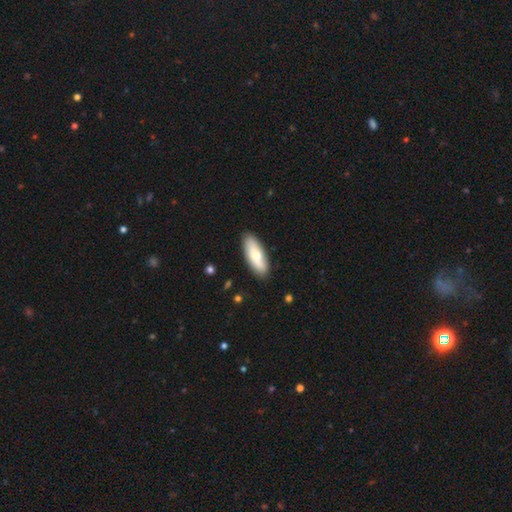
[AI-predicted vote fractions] Smooth or featured? smooth (68%)
How rounded? in between (68%)
Merging? none (85%)